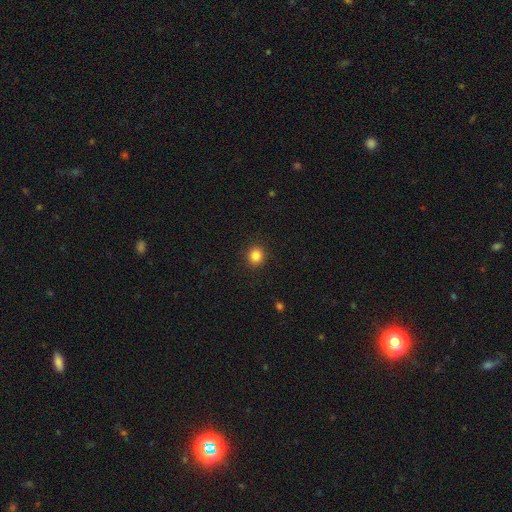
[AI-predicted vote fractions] Smooth or featured: smooth — 84% (star or artifact — 11%)
How rounded: round — 86% (in between — 13%)
Merging: none — 92% (minor disturbance — 5%)